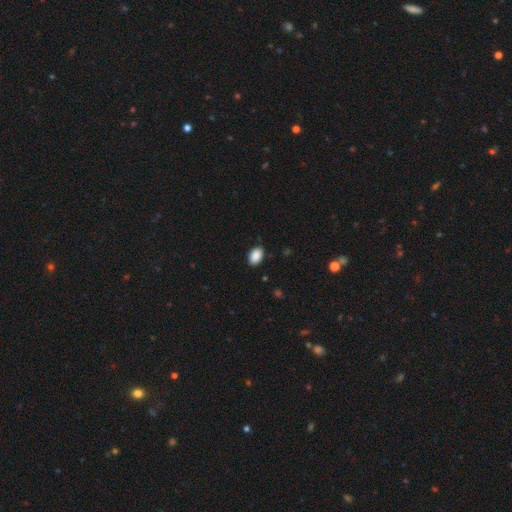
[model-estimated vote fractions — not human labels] Overall: smooth (90%). How rounded: in between (90%). Merging: none (88%).